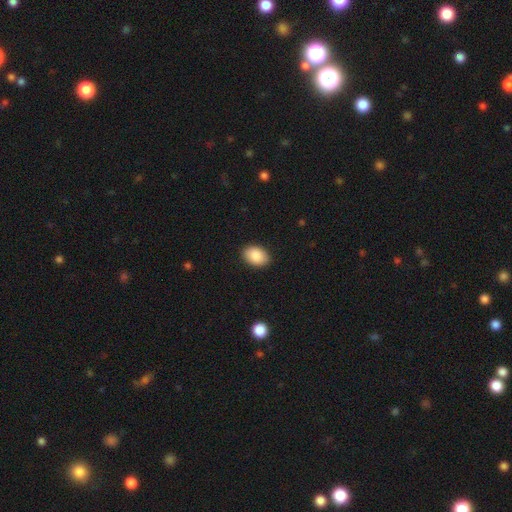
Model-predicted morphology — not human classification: Smooth or featured?
  - smooth: 89% *
  - star or artifact: 6%
  - featured or disk: 5%
How rounded?
  - in between: 86% *
  - round: 13%
  - cigar-shaped: 1%
Merging?
  - none: 89% *
  - minor disturbance: 8%
  - major disturbance: 2%
  - merger: 1%